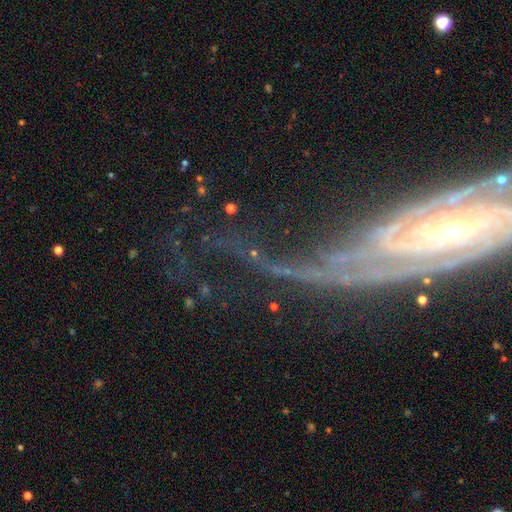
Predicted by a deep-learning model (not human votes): A featured or disk galaxy (86%) with no bar (43%), 2 (39%) tight (53%) spiral arms (96%) and a small central bulge (76%). Merging: none (54%).